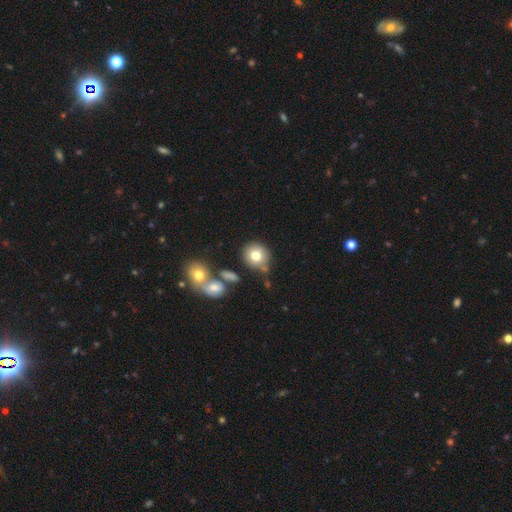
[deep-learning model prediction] Smooth or featured? Predicted: smooth (p=0.76). How rounded? Predicted: round (p=0.84). Merging? Predicted: none (p=0.67).